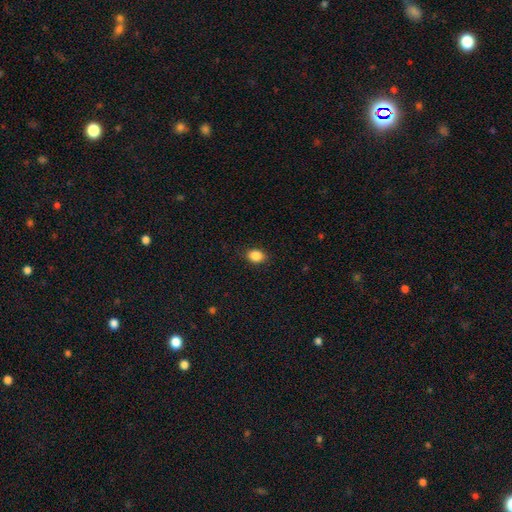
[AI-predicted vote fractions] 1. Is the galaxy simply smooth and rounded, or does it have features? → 87% smooth, 9% star or artifact, 4% featured or disk.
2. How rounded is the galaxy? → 65% in between, 34% round, 1% cigar-shaped.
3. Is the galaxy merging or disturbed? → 87% none, 10% minor disturbance, 2% major disturbance, 1% merger.